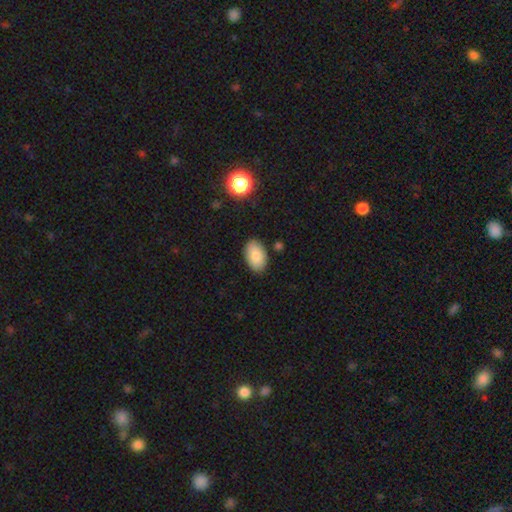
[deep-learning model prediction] This appears to be a smooth galaxy with no disk features (86%) that is in between round and cigar-shaped (94%). Merging: none (86%).